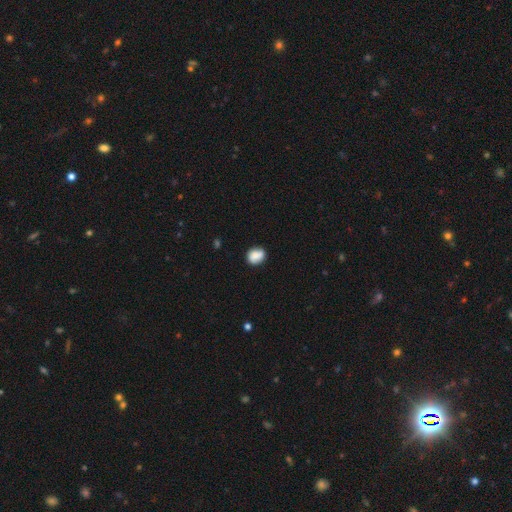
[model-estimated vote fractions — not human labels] Smooth or featured: smooth — 78% (featured or disk — 14%)
How rounded: round — 56% (in between — 43%)
Merging: none — 72% (minor disturbance — 19%)